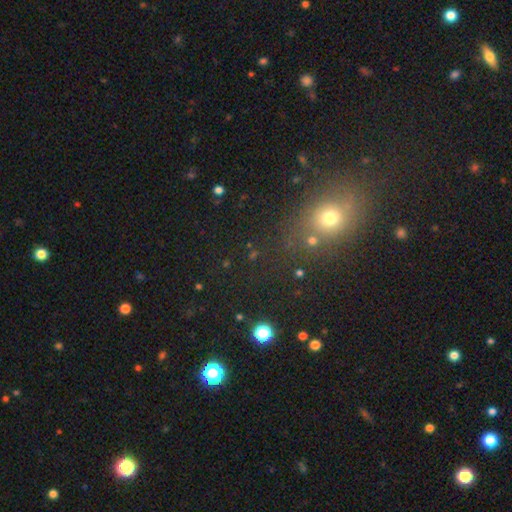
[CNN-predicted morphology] Overall: smooth (48%; star or artifact 42%). Merging: none (76%).